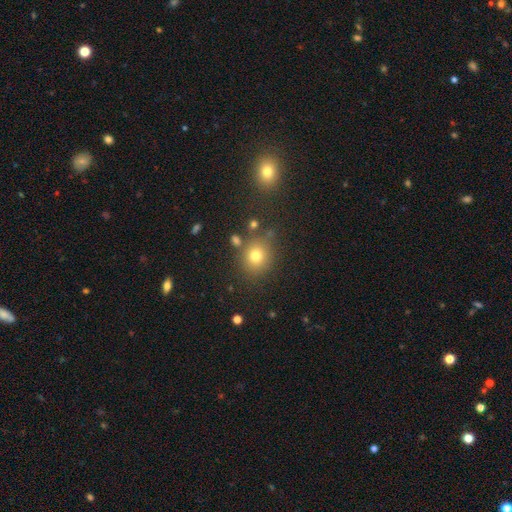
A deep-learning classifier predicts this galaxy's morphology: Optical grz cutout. It shows a smooth galaxy with no disk features (74%) that is round (79%). Merging: none (77%).